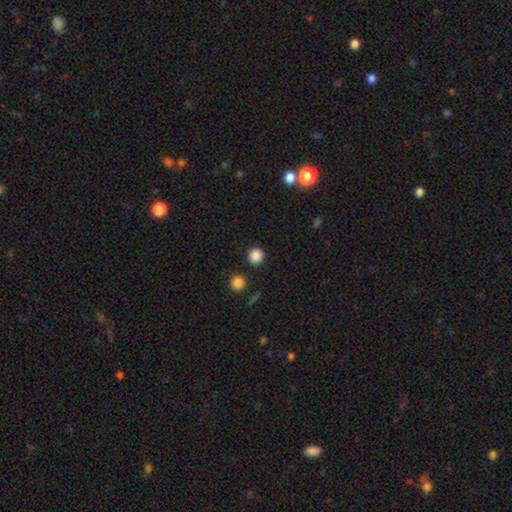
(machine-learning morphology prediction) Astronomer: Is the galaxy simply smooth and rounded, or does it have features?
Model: smooth — 86%.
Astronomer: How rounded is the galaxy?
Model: round — 92%.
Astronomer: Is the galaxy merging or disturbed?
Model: none — 89%.